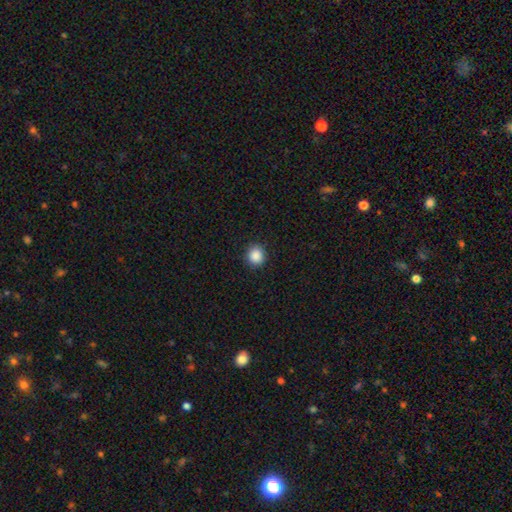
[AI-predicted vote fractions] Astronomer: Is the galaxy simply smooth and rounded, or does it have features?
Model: smooth — 88%.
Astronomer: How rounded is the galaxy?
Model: round — 85%.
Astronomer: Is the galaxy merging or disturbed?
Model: none — 91%.